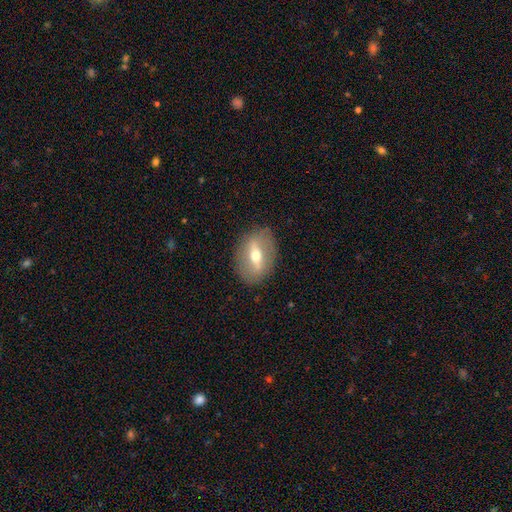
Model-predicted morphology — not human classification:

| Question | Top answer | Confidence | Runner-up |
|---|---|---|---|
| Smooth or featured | featured or disk | 61% | smooth (32%) |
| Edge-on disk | no | 67% | yes (33%) |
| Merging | none | 85% | minor disturbance (10%) |